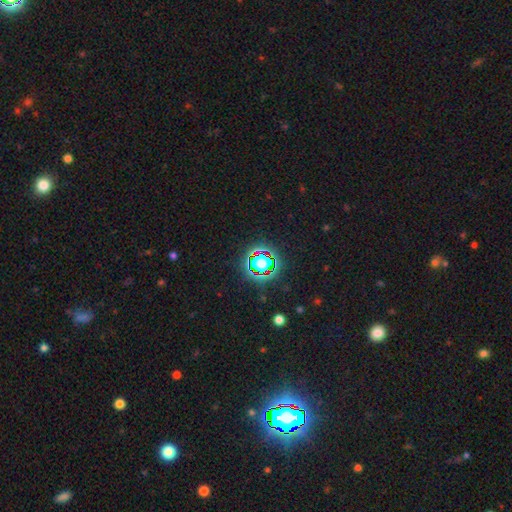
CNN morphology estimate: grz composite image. It shows a star or artifact, not a galaxy (75%).